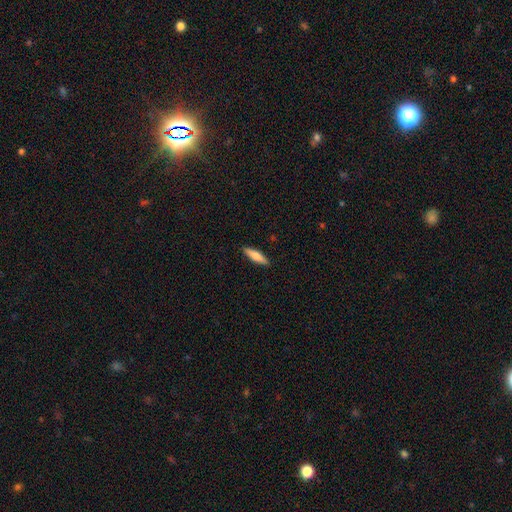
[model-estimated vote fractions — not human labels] smooth 72%, featured or disk 23%, star or artifact 6%. Down the decision tree: how rounded — cigar-shaped (69%); merging — none (90%).